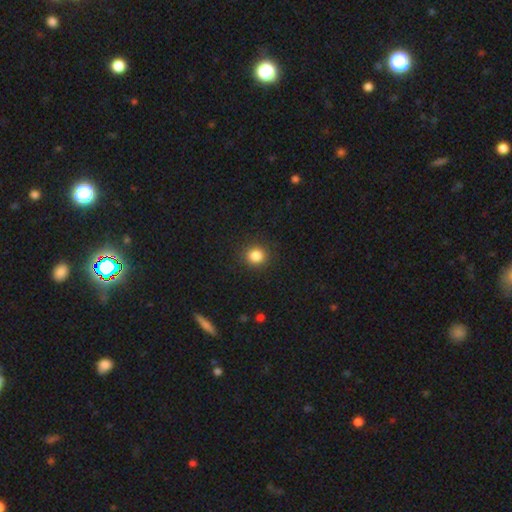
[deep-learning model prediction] smooth 85%, star or artifact 11%, featured or disk 4%. Down the decision tree: how rounded — round (87%); merging — none (90%).